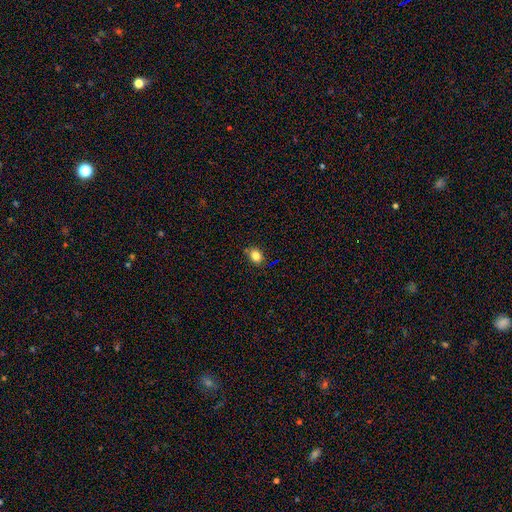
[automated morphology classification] type=smooth (82%); roundness=round (50%); merging=none (84%).